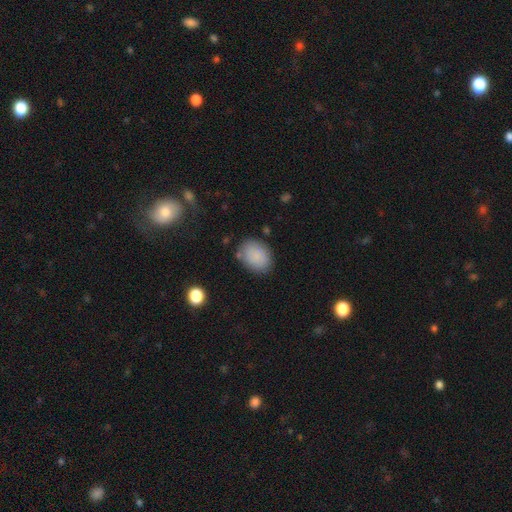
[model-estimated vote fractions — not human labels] smooth_or_featured: smooth (p=0.83) [alt: featured or disk p=0.09]
how_rounded: in between (p=0.70) [alt: round p=0.29]
merging: none (p=0.76) [alt: minor disturbance p=0.16]